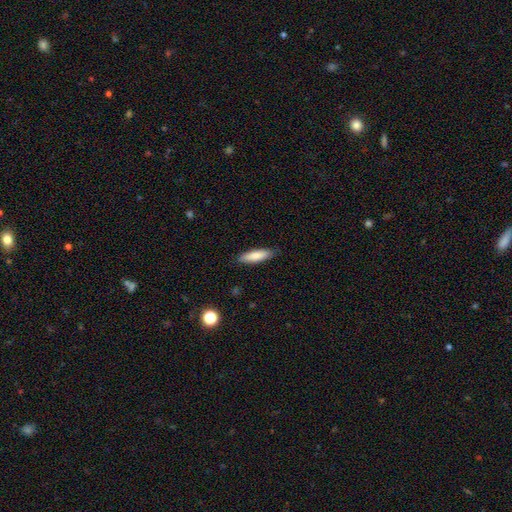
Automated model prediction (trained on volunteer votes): Smooth or featured? Predicted: smooth (p=0.83). How rounded? Predicted: cigar-shaped (p=0.60). Merging? Predicted: none (p=0.86).